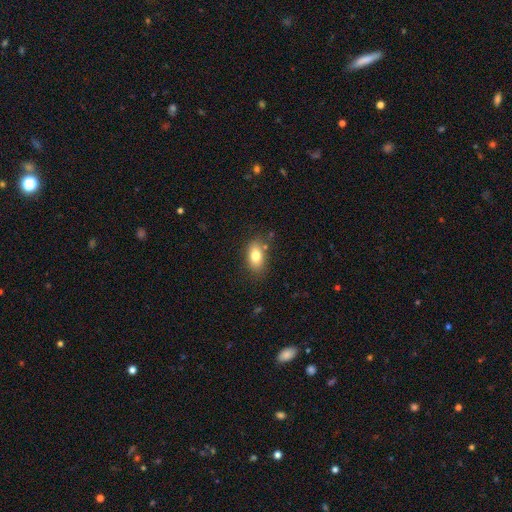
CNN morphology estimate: The model was most divided on "merging": none: 77%, minor disturbance: 15%, major disturbance: 4%, merger: 4%. More confident: how rounded — in between (87%); smooth or featured — smooth (79%).